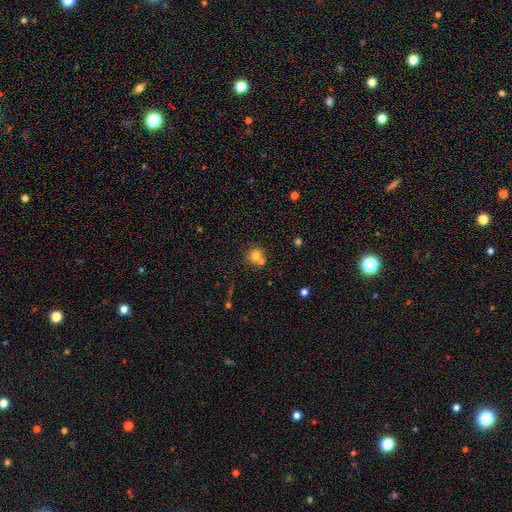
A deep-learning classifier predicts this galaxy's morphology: smooth_or_featured: smooth (p=0.74) [alt: star or artifact p=0.14]
how_rounded: round (p=0.85) [alt: in between p=0.14]
merging: none (p=0.55) [alt: merger p=0.33]